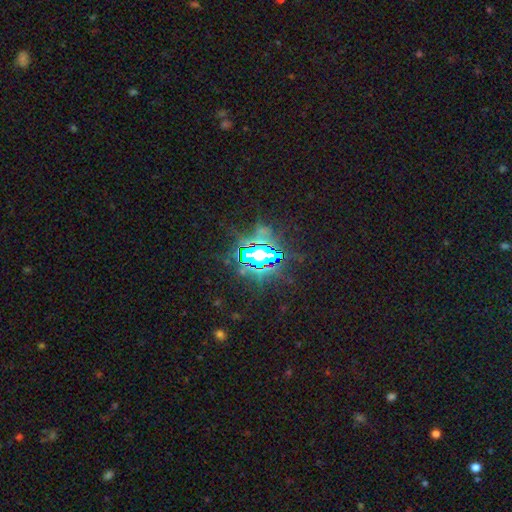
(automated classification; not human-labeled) Overall: star or artifact (82%).